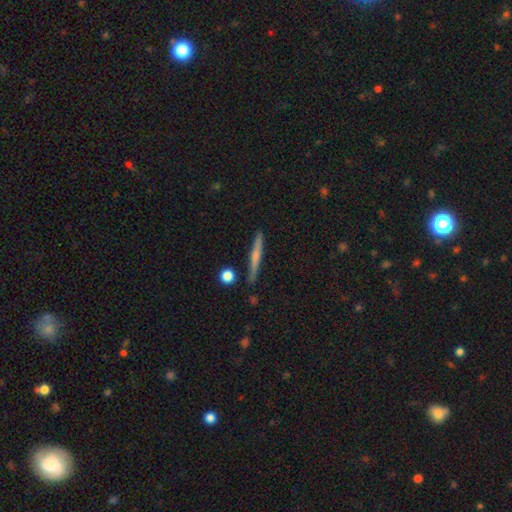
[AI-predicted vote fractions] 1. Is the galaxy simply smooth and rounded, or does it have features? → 47% featured or disk, 46% smooth, 7% star or artifact.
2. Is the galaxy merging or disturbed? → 87% none, 8% minor disturbance, 3% merger, 2% major disturbance.